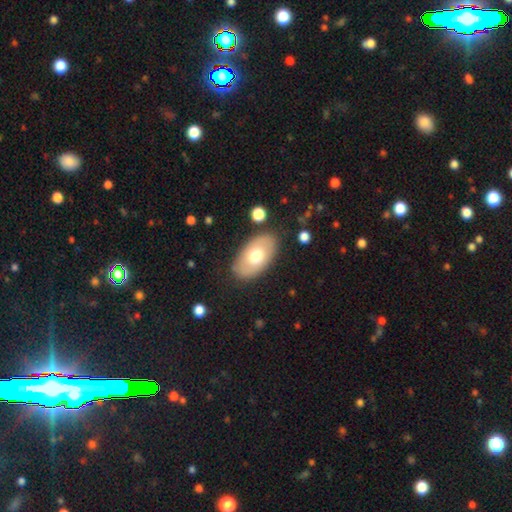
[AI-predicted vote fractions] A smooth galaxy with no disk features (63%) that is in between round and cigar-shaped (93%).

Vote fractions:
- Smooth or featured? smooth: 63% / featured or disk: 30% / star or artifact: 6%
- How rounded? in between: 93% / round: 5% / cigar-shaped: 2%
- Merging? none: 83% / minor disturbance: 11% / major disturbance: 4% / merger: 2%